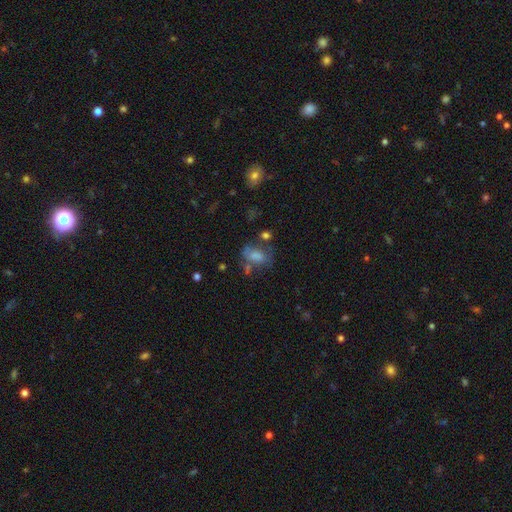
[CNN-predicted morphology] smooth_or_featured: smooth (p=0.67) [alt: featured or disk p=0.21]
how_rounded: in between (p=0.81) [alt: round p=0.17]
merging: none (p=0.41) [alt: minor disturbance p=0.24]